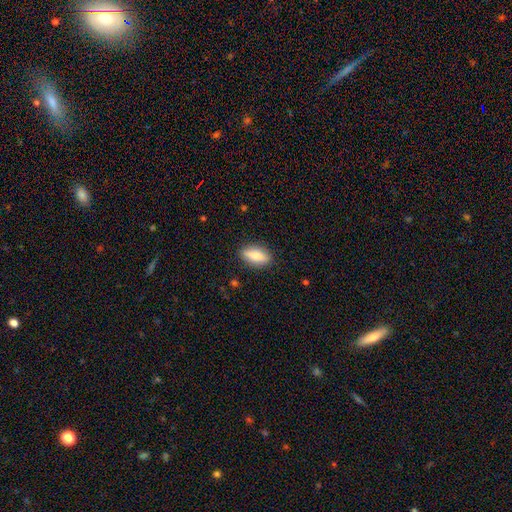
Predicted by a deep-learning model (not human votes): smooth_or_featured: smooth (p=0.80) [alt: featured or disk p=0.14]
how_rounded: in between (p=0.77) [alt: cigar-shaped p=0.19]
merging: none (p=0.86) [alt: minor disturbance p=0.10]